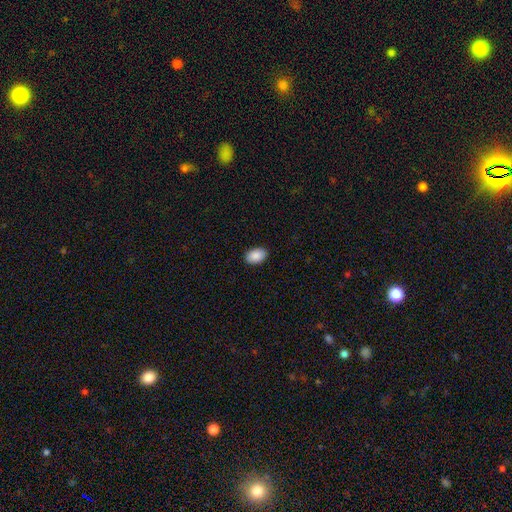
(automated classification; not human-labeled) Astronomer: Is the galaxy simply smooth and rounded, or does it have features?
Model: smooth — 90%.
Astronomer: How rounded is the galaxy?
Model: in between — 89%.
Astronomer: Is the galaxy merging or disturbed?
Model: none — 90%.